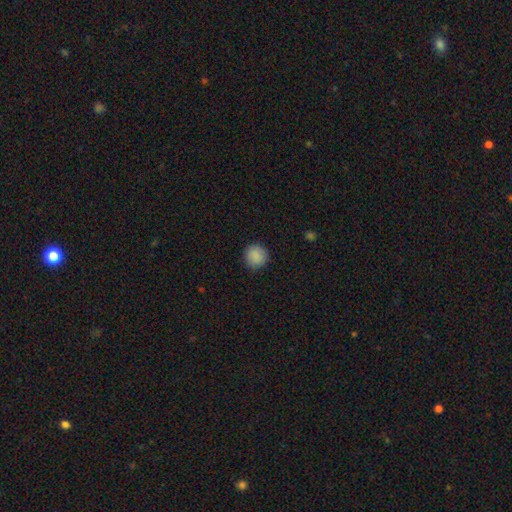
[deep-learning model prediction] smooth_or_featured: smooth (p=0.88) [alt: star or artifact p=0.08]
how_rounded: round (p=0.93) [alt: in between p=0.06]
merging: none (p=0.89) [alt: minor disturbance p=0.08]